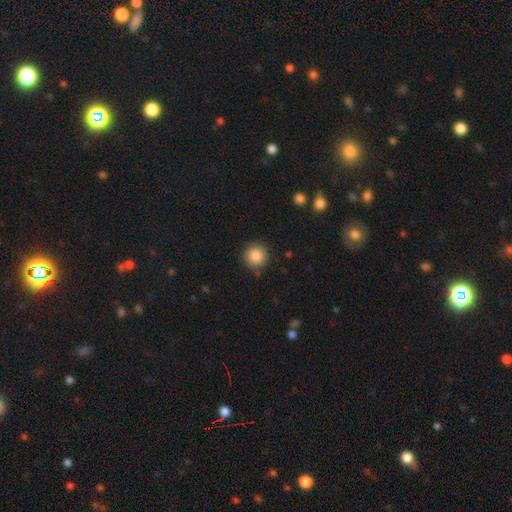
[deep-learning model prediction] Smooth or featured: smooth — 86% (star or artifact — 9%)
How rounded: round — 95% (in between — 4%)
Merging: none — 88% (minor disturbance — 8%)